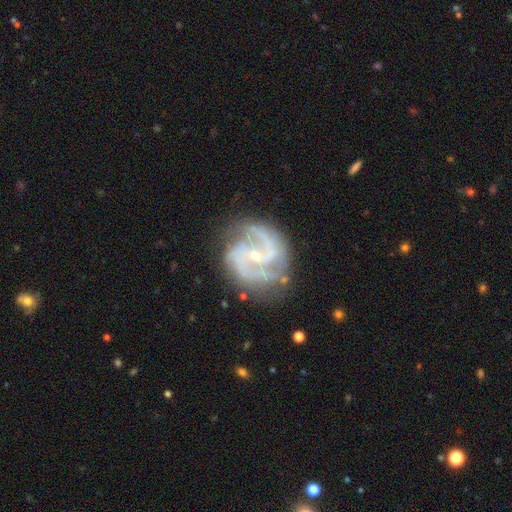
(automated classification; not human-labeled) featured or disk 90%, star or artifact 6%, smooth 5%. Down the decision tree: edge-on disk — no (98%); bar — weak (44%); spiral arms — yes (97%); spiral arm count — 2 (67%); spiral winding — medium (57%); bulge size — small (74%); merging — none (72%).